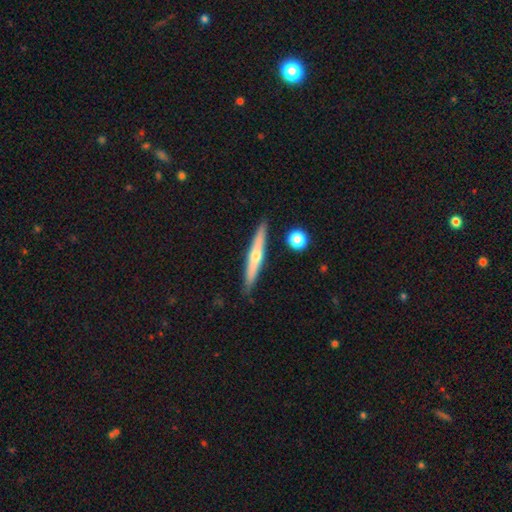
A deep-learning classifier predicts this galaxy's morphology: featured or disk 55%, smooth 40%, star or artifact 6%. Down the decision tree: edge-on disk — yes (95%); edge-on bulge — rounded (80%); merging — none (87%).